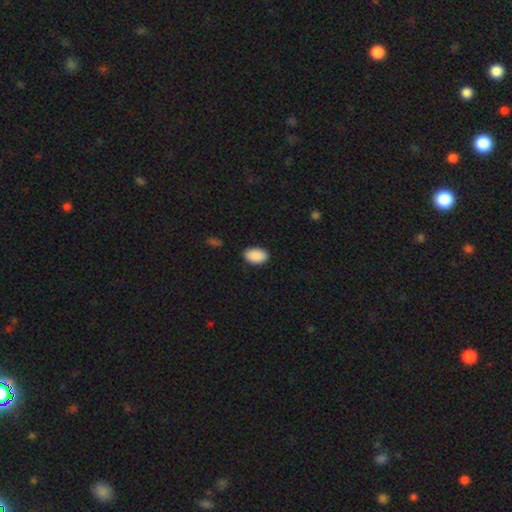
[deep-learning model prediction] Overall: smooth (91%). How rounded: in between (93%). Merging: none (88%).